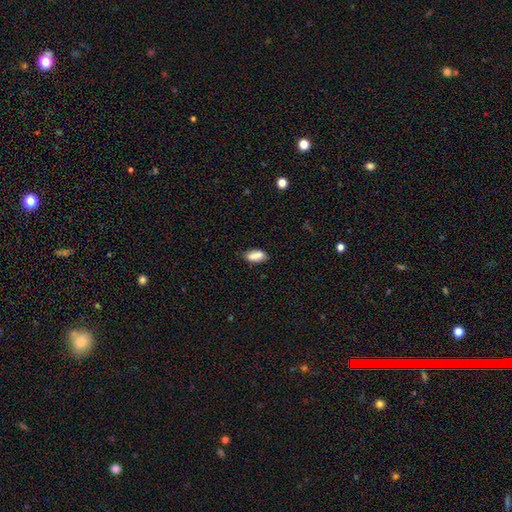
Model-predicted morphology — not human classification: A smooth galaxy with no disk features (86%) that is in between round and cigar-shaped (83%).

Vote fractions:
- Smooth or featured? smooth: 86% / star or artifact: 7% / featured or disk: 7%
- How rounded? in between: 83% / cigar-shaped: 14% / round: 3%
- Merging? none: 79% / minor disturbance: 16% / major disturbance: 3% / merger: 2%